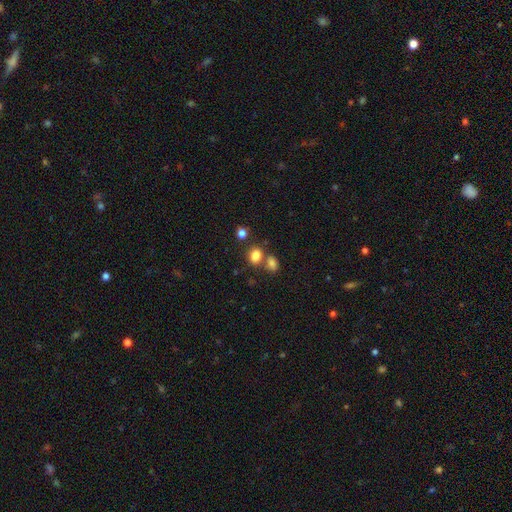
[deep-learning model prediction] Smooth or featured? Predicted: smooth (p=0.82). How rounded? Predicted: in between (p=0.54). Merging? Predicted: none (p=0.58).